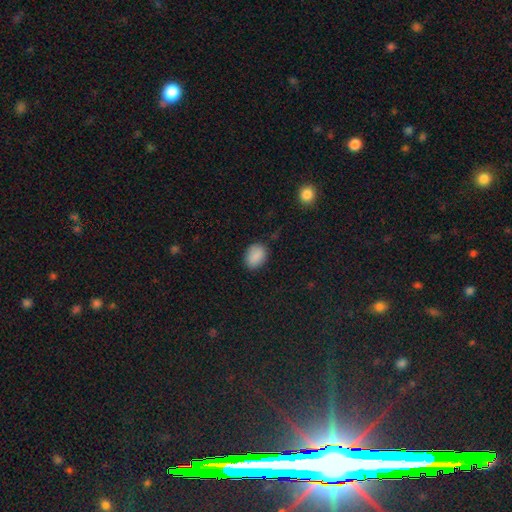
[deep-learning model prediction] This appears to be a smooth galaxy with no disk features (88%) that is in between round and cigar-shaped (79%). Merging: none (81%).